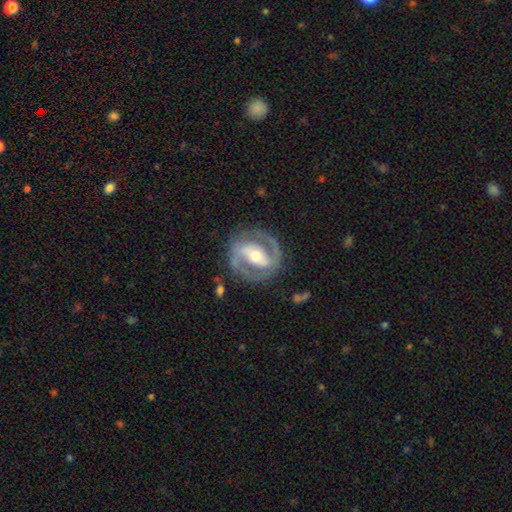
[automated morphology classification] This is clearly a featured or disk galaxy (89%). It is clearly not viewed edge-on (97%). Bar: likely strong (60%). Spiral arm pattern: clearly yes (93%). Spiral arm count: clearly 2 (92%). Spiral winding: possibly medium (50%). Central bulge: likely moderate (66%). Merging: clearly none (84%).